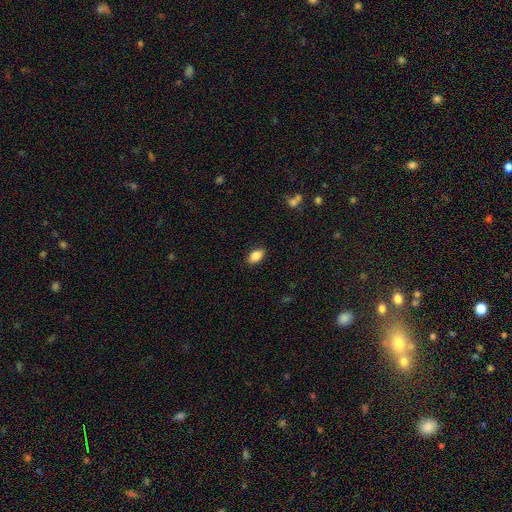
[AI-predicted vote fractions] A smooth galaxy with no disk features (87%) that is in between round and cigar-shaped (89%).

Vote fractions:
- Smooth or featured? smooth: 87% / star or artifact: 8% / featured or disk: 5%
- How rounded? in between: 89% / round: 9% / cigar-shaped: 2%
- Merging? none: 87% / minor disturbance: 10% / major disturbance: 2% / merger: 1%